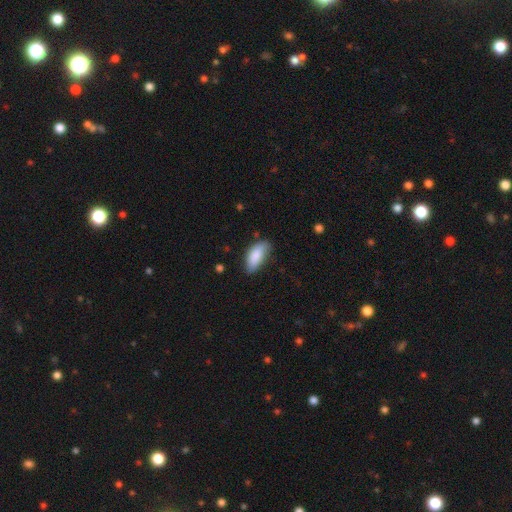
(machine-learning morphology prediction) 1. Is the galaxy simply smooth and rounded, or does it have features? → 86% smooth, 8% featured or disk, 6% star or artifact.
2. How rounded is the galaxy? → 86% in between, 12% cigar-shaped, 2% round.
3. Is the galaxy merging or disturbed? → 65% none, 28% minor disturbance, 5% major disturbance, 2% merger.